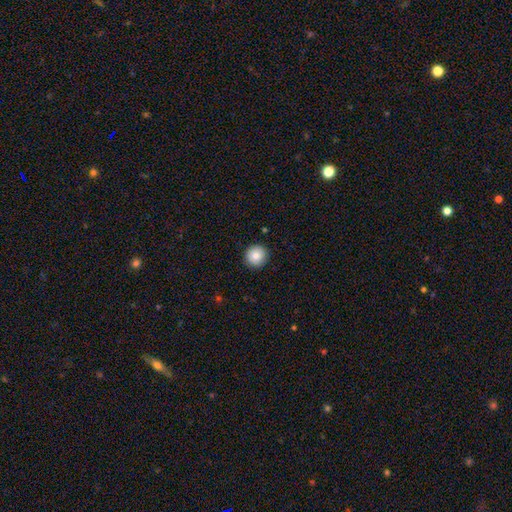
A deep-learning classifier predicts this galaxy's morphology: This appears to be a smooth galaxy with no disk features (82%) that is round (95%). Merging: none (91%).